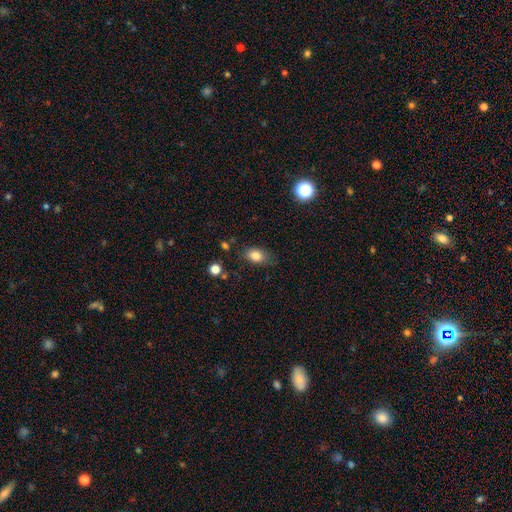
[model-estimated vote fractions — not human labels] This appears to be a smooth galaxy with no disk features (83%) that is in between round and cigar-shaped (82%). Merging: none (74%).